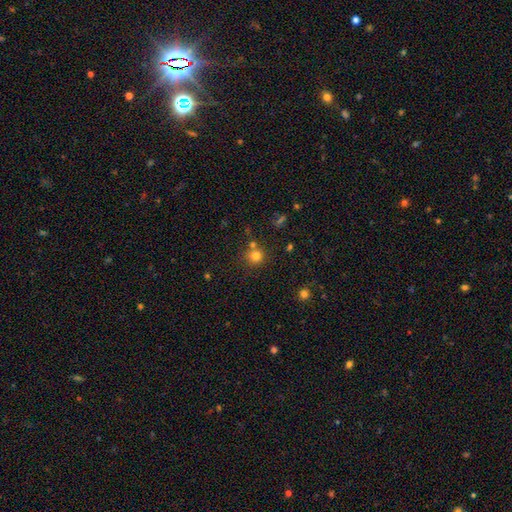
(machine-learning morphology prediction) A smooth galaxy with no disk features (78%) that is round (91%). Merging: none (70%).